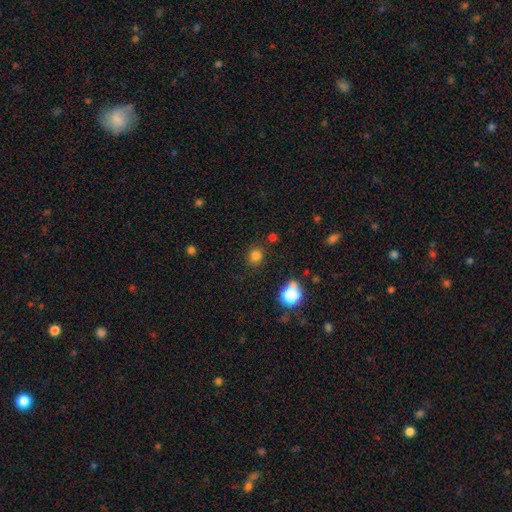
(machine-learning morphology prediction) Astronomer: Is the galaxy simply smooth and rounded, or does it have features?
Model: smooth — 78%.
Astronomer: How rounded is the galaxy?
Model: round — 81%.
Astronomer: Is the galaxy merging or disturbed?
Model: none — 86%.